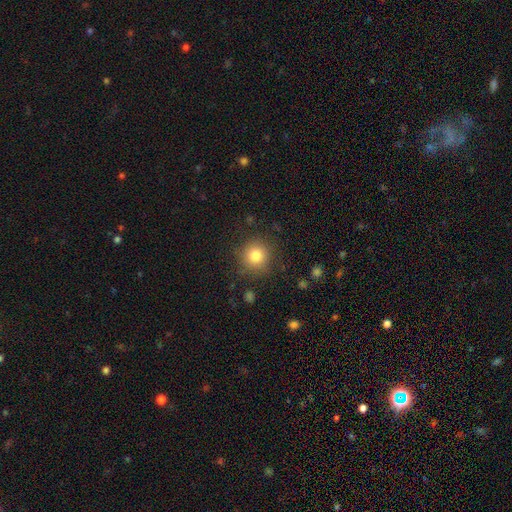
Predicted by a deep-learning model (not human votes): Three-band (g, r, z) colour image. It shows a smooth galaxy with no disk features (81%) that is round (92%). Merging: none (86%).